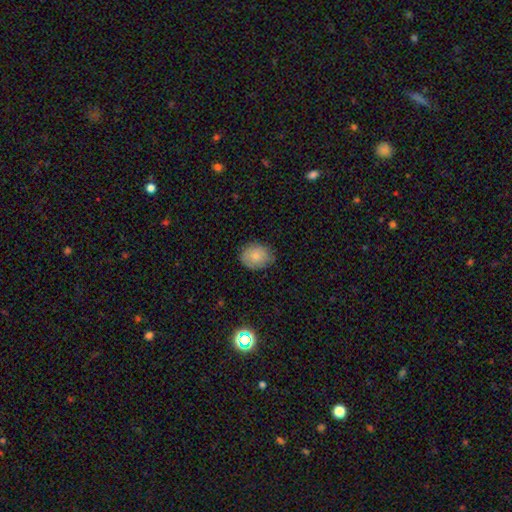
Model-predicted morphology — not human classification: Smooth or featured? smooth (78%)
How rounded? round (52%)
Merging? none (78%)